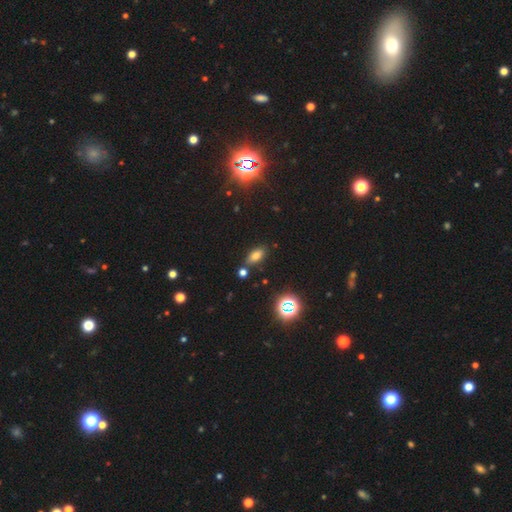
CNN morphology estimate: Q: Smooth or featured?
A: smooth (72%); runner-up: star or artifact (19%)
Q: How rounded?
A: in between (85%); runner-up: cigar-shaped (8%)
Q: Merging?
A: none (79%); runner-up: minor disturbance (11%)